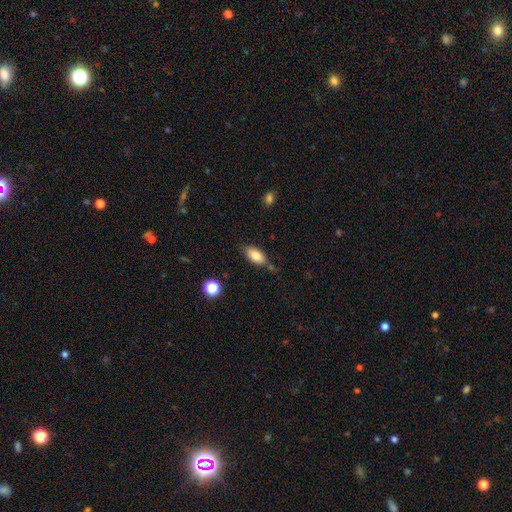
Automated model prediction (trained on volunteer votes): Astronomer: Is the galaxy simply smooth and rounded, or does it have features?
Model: smooth — 80%.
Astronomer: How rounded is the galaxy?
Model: in between — 89%.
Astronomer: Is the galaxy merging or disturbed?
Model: none — 70%.